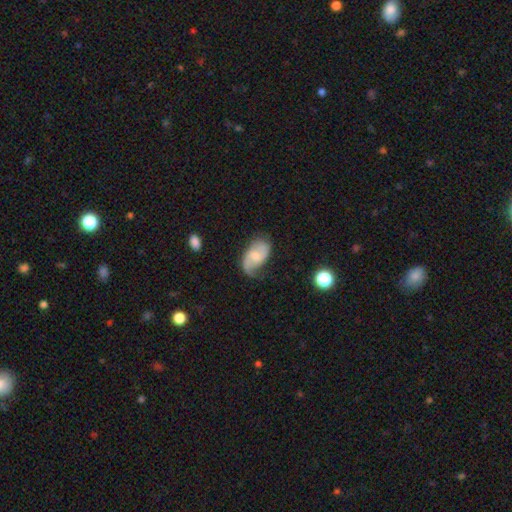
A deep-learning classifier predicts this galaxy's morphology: Q: Smooth or featured?
A: featured or disk (75%); runner-up: smooth (19%)
Q: Edge-on disk?
A: no (97%); runner-up: yes (3%)
Q: Bar?
A: no (49%); runner-up: weak (43%)
Q: Spiral arms?
A: yes (94%); runner-up: no (6%)
Q: Spiral winding?
A: medium (45%); runner-up: loose (39%)
Q: Spiral arm count?
A: 2 (84%); runner-up: 1 (6%)
Q: Bulge size?
A: small (47%); runner-up: moderate (38%)
Q: Merging?
A: none (63%); runner-up: minor disturbance (24%)